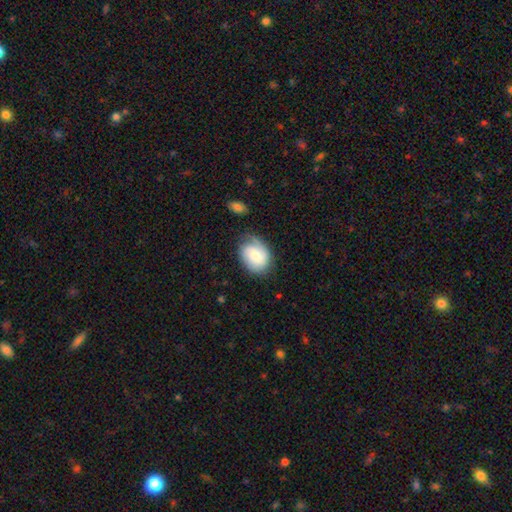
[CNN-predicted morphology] smooth_or_featured: smooth (p=0.50) [alt: featured or disk p=0.43]
merging: none (p=0.62) [alt: minor disturbance p=0.25]